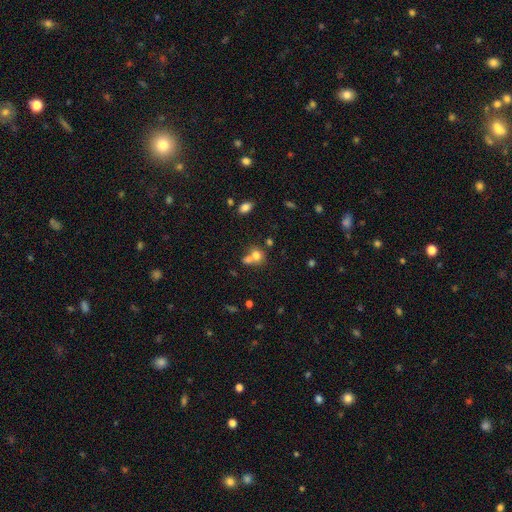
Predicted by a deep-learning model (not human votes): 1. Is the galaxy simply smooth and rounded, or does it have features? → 73% smooth, 14% featured or disk, 13% star or artifact.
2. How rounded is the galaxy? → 65% round, 34% in between, 1% cigar-shaped.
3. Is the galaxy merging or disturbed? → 53% merger, 35% none, 8% minor disturbance, 4% major disturbance.